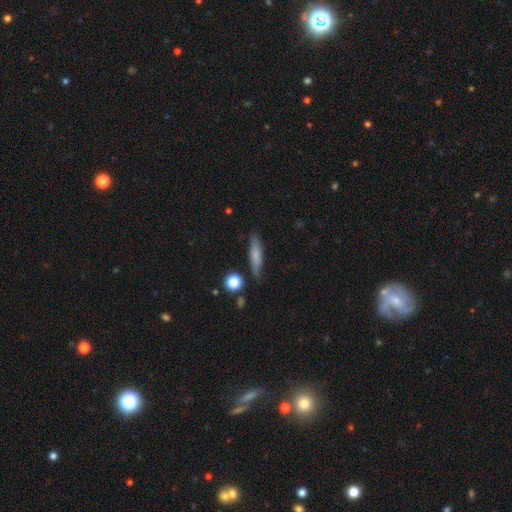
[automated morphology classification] smooth-or-featured: smooth: 70% | featured or disk: 23% | star or artifact: 7%
  how-rounded: cigar-shaped: 72% | in between: 25% | round: 3%
  merging: none: 76% | minor disturbance: 17% | major disturbance: 4% | merger: 3%